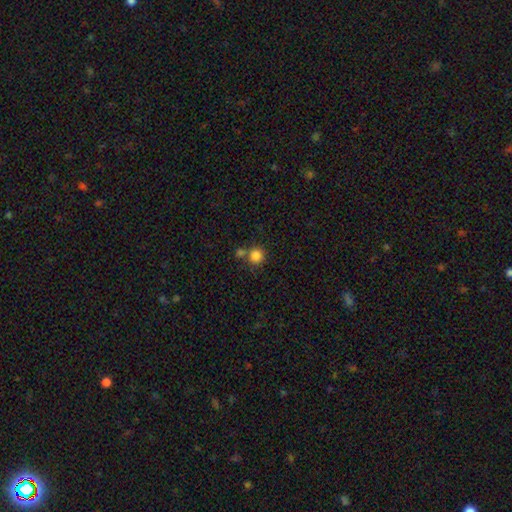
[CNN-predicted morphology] Smooth or featured? Predicted: smooth (p=0.84). How rounded? Predicted: round (p=0.93). Merging? Predicted: none (p=0.67).